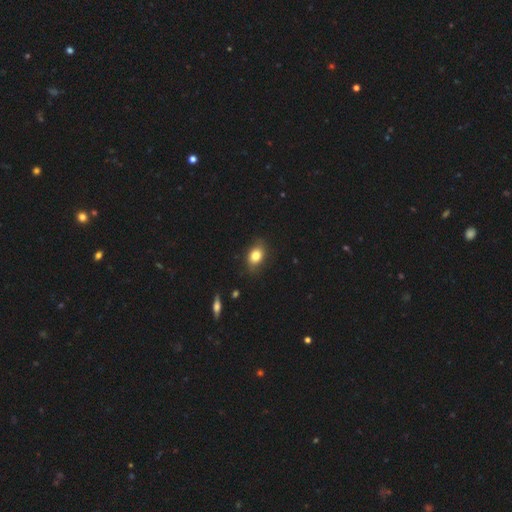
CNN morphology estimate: smooth 80%, featured or disk 10%, star or artifact 9%. Down the decision tree: how rounded — in between (73%); merging — none (81%).